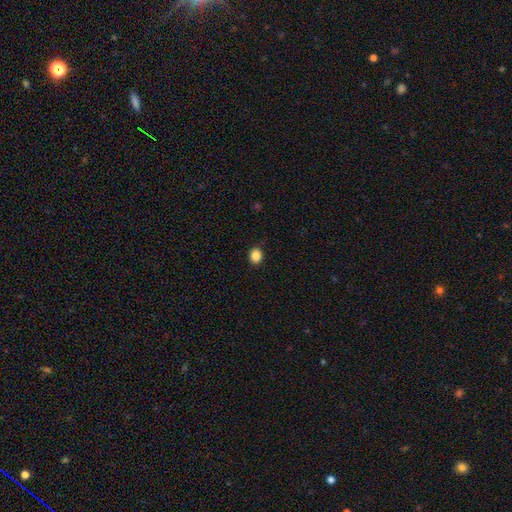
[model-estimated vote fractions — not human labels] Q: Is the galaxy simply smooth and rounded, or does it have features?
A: smooth — 86%.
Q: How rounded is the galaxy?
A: round — 65%.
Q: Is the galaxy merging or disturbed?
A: none — 91%.